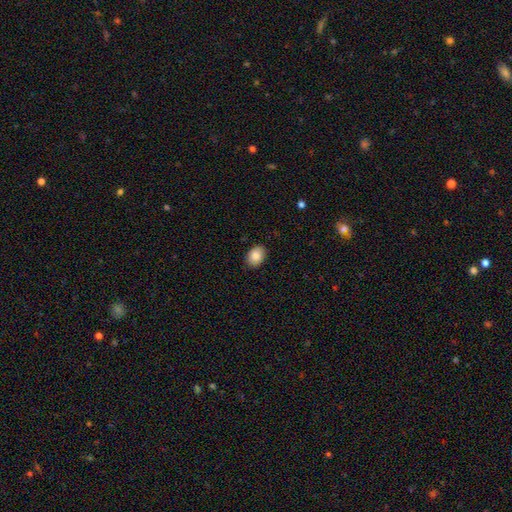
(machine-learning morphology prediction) type=smooth (86%); roundness=in between (75%); merging=none (89%).